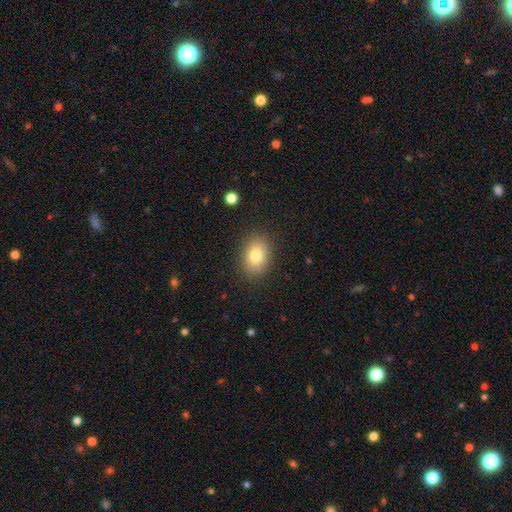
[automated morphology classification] Smooth or featured?
  - smooth: 80% *
  - featured or disk: 11%
  - star or artifact: 9%
How rounded?
  - in between: 74% *
  - round: 25%
  - cigar-shaped: 1%
Merging?
  - none: 86% *
  - minor disturbance: 9%
  - major disturbance: 3%
  - merger: 1%